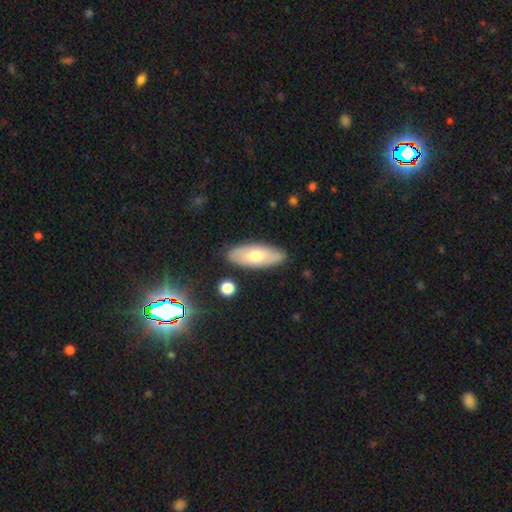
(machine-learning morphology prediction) Q: Smooth or featured?
A: smooth (56%); runner-up: featured or disk (37%)
Q: How rounded?
A: in between (78%); runner-up: cigar-shaped (20%)
Q: Merging?
A: none (84%); runner-up: minor disturbance (11%)